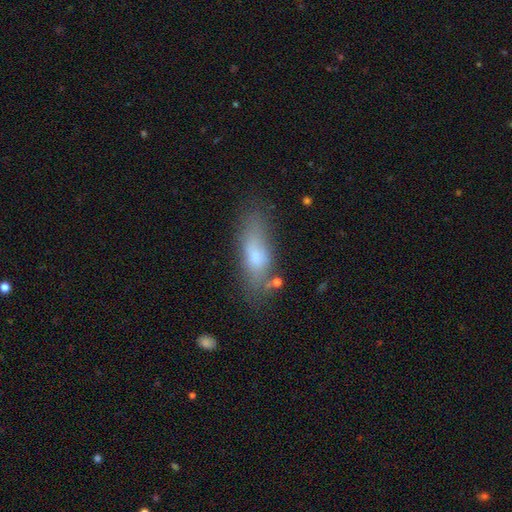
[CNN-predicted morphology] Smooth or featured: smooth — 68% (featured or disk — 23%)
How rounded: in between — 55% (cigar-shaped — 41%)
Merging: none — 64% (minor disturbance — 22%)